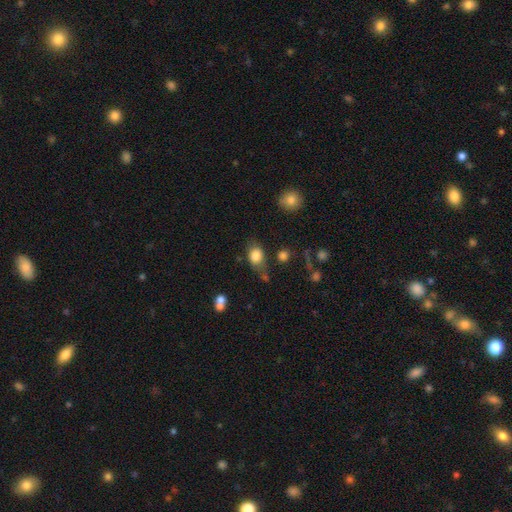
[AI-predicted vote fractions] A smooth galaxy with no disk features (83%) that is in between round and cigar-shaped (64%).

Vote fractions:
- Smooth or featured? smooth: 83% / star or artifact: 9% / featured or disk: 8%
- How rounded? in between: 64% / round: 34% / cigar-shaped: 2%
- Merging? none: 58% / minor disturbance: 26% / major disturbance: 9% / merger: 8%